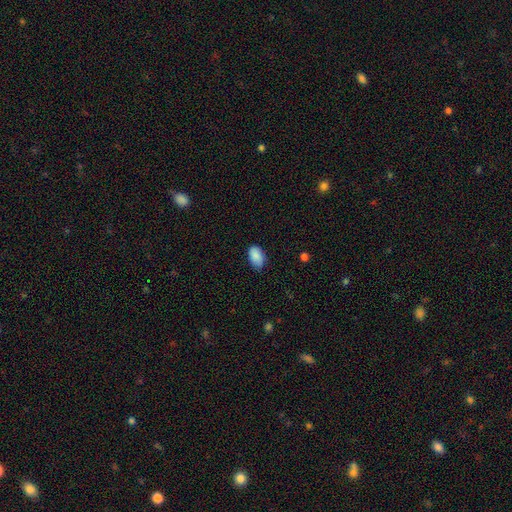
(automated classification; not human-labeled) smooth 86%, featured or disk 7%, star or artifact 7%. Down the decision tree: how rounded — in between (92%); merging — none (69%).